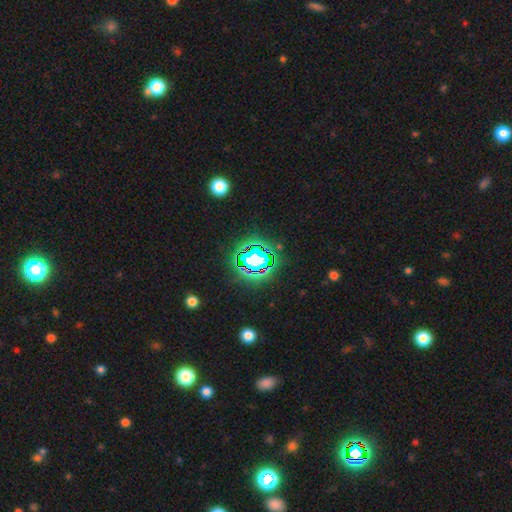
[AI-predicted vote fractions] This appears to be a star or artifact, not a galaxy (79%).